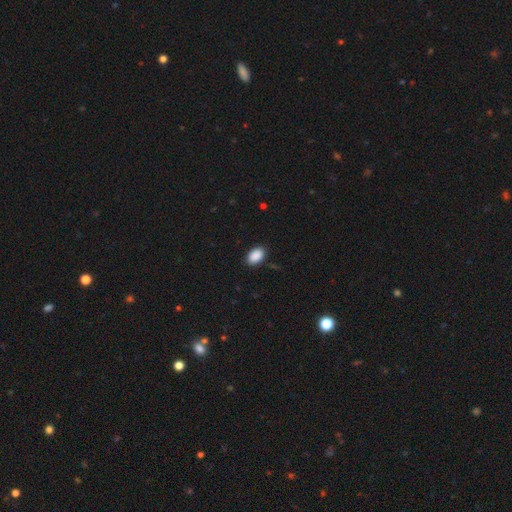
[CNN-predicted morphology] Smooth or featured: smooth — 90% (star or artifact — 7%)
How rounded: in between — 89% (round — 10%)
Merging: none — 87% (minor disturbance — 9%)